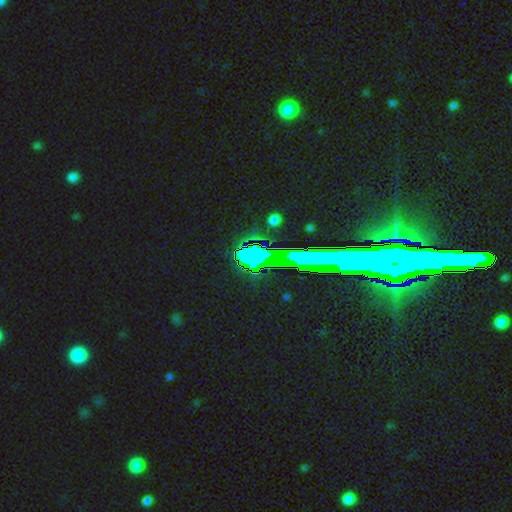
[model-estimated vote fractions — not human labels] Morphology: type=star or artifact (72%).